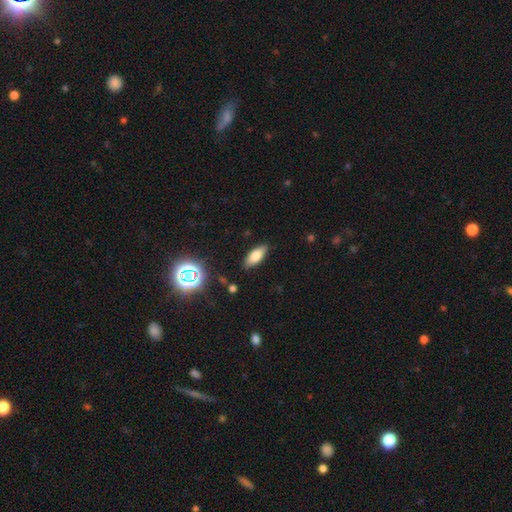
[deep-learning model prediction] The model was most divided on "how rounded": in between: 77%, cigar-shaped: 20%, round: 3%. More confident: merging — none (86%); smooth or featured — smooth (74%).